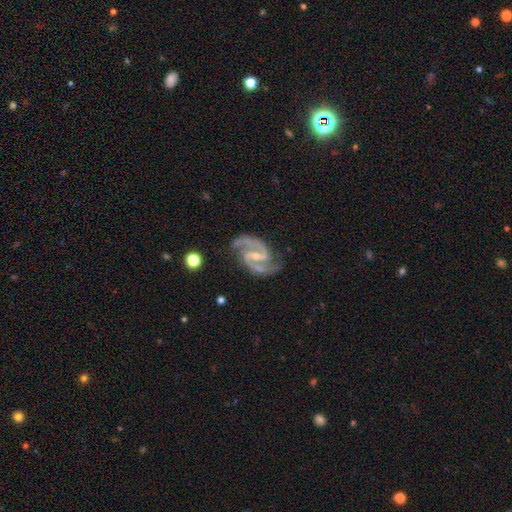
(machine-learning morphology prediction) Smooth or featured? Predicted: featured or disk (p=0.94). Edge-on disk? Predicted: no (p=0.98). Bar? Predicted: weak (p=0.44). Spiral arms? Predicted: yes (p=0.99). Spiral winding? Predicted: medium (p=0.66). Spiral arm count? Predicted: 2 (p=0.94). Bulge size? Predicted: small (p=0.66). Merging? Predicted: none (p=0.79).